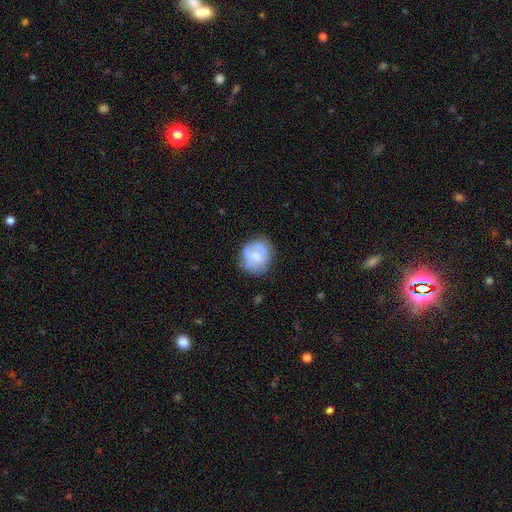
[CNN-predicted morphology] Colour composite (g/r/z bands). It shows a smooth galaxy with no disk features (58%) that is round (75%). Merging: none (64%).